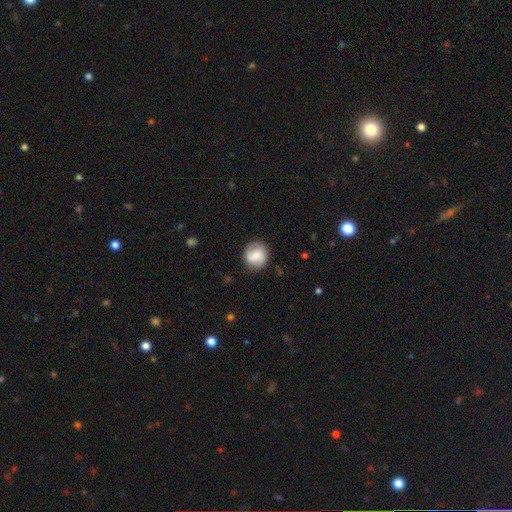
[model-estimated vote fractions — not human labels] Smooth or featured?
  - smooth: 62% *
  - featured or disk: 31%
  - star or artifact: 8%
How rounded?
  - round: 89% *
  - in between: 10%
  - cigar-shaped: 1%
Merging?
  - none: 81% *
  - minor disturbance: 13%
  - major disturbance: 4%
  - merger: 2%